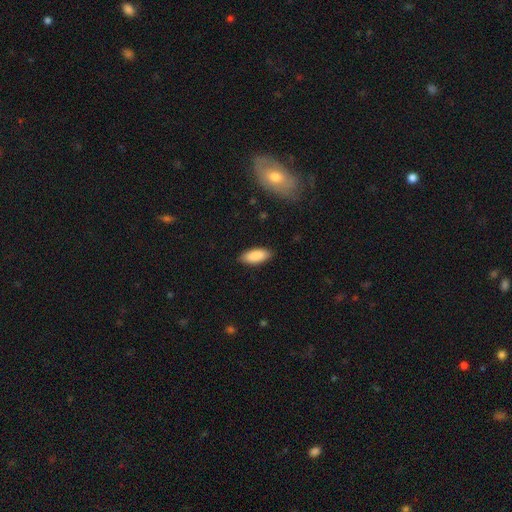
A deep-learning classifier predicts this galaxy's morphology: The model was most divided on "how rounded": in between: 84%, cigar-shaped: 14%, round: 2%. More confident: smooth or featured — smooth (89%); merging — none (88%).